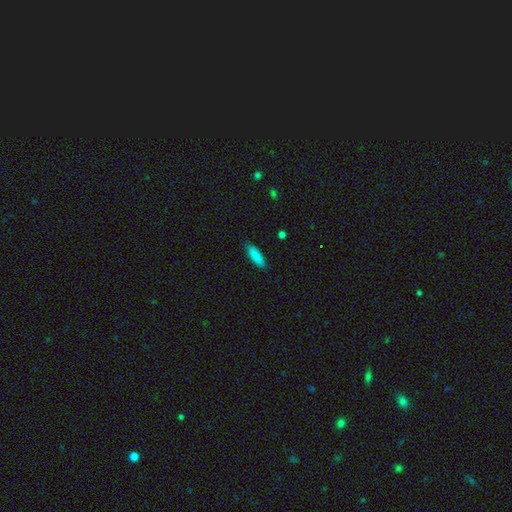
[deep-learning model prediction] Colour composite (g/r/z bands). It shows a smooth galaxy with no disk features (88%) that is cigar-shaped (52%). Merging: none (86%).